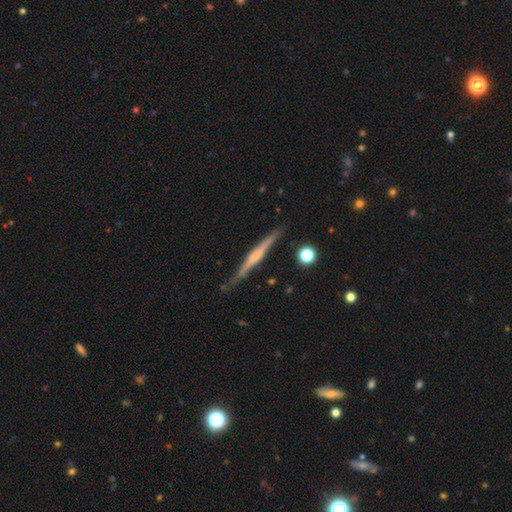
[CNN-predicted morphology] This is likely a featured or disk galaxy (69%). It is clearly viewed edge-on (97%). Edge-on bulge: marginally rounded (43%). Merging: clearly none (83%).